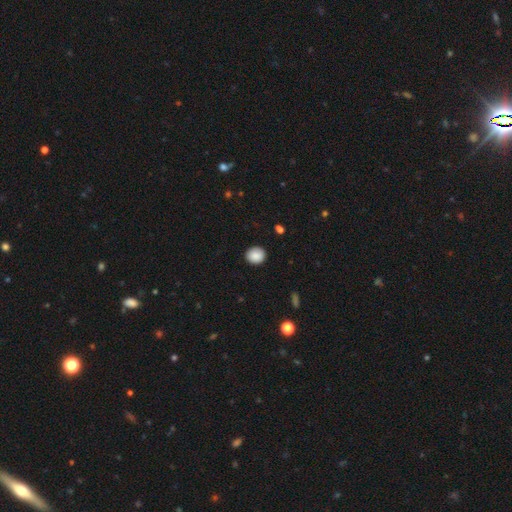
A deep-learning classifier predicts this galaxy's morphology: Smooth or featured?
  - smooth: 88% *
  - star or artifact: 8%
  - featured or disk: 4%
How rounded?
  - round: 80% *
  - in between: 19%
  - cigar-shaped: 1%
Merging?
  - none: 89% *
  - minor disturbance: 8%
  - major disturbance: 2%
  - merger: 1%